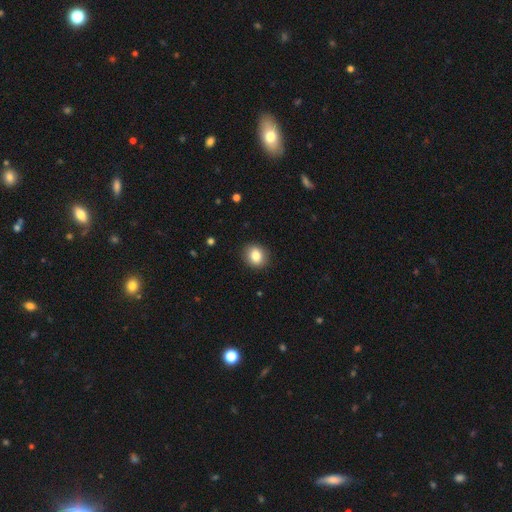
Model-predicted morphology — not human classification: Overall: smooth (84%). How rounded: round (70%). Merging: none (90%).